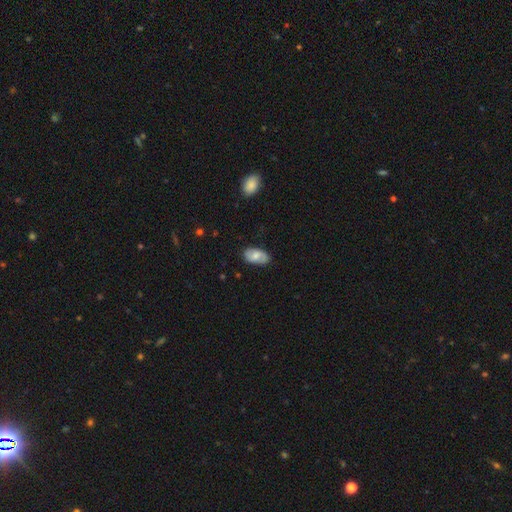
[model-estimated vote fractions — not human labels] Smooth or featured: smooth — 57% (featured or disk — 36%)
How rounded: in between — 93% (round — 5%)
Merging: none — 76% (minor disturbance — 19%)